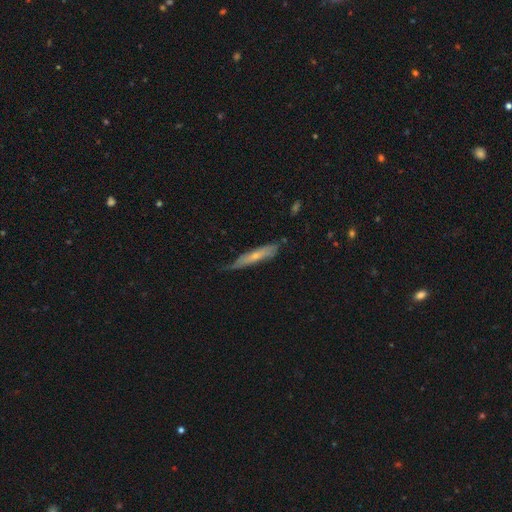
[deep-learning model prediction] This appears to be a smooth galaxy with no disk features (47%, tied with featured or disk). Merging: none (59%).